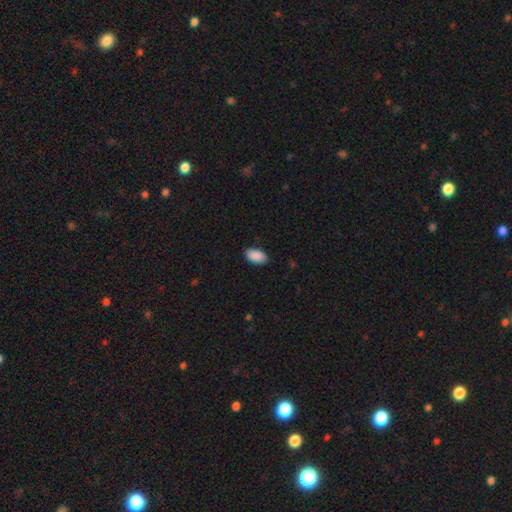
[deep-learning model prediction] This is clearly a smooth galaxy (91%). How rounded: clearly in between (95%). Merging: clearly none (89%).